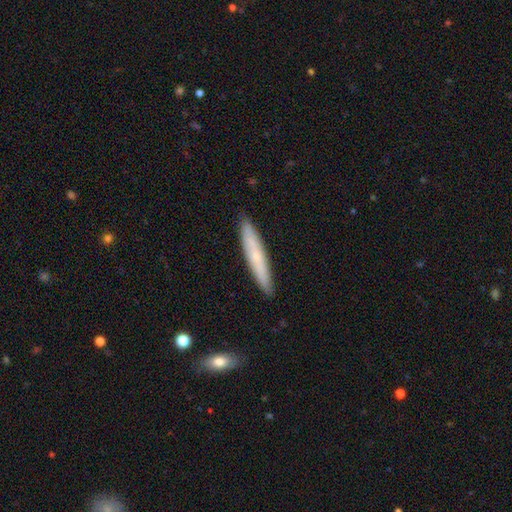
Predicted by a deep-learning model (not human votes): Morphology: type=smooth (60%); roundness=cigar-shaped (93%); merging=none (90%).